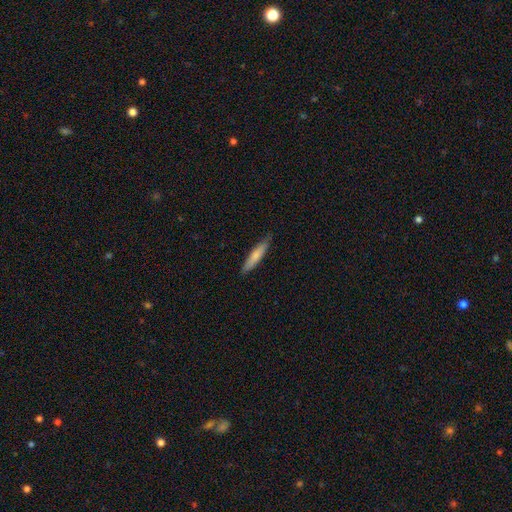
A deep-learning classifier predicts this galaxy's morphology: This appears to be a smooth galaxy with no disk features (73%) that is cigar-shaped (88%). Merging: none (85%).